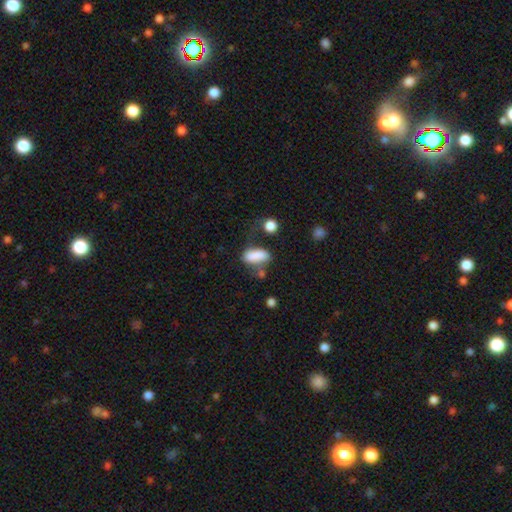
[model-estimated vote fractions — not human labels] Smooth or featured?
  - smooth: 81% *
  - featured or disk: 10%
  - star or artifact: 9%
How rounded?
  - in between: 82% *
  - cigar-shaped: 13%
  - round: 5%
Merging?
  - none: 43% *
  - minor disturbance: 25%
  - major disturbance: 18%
  - merger: 13%